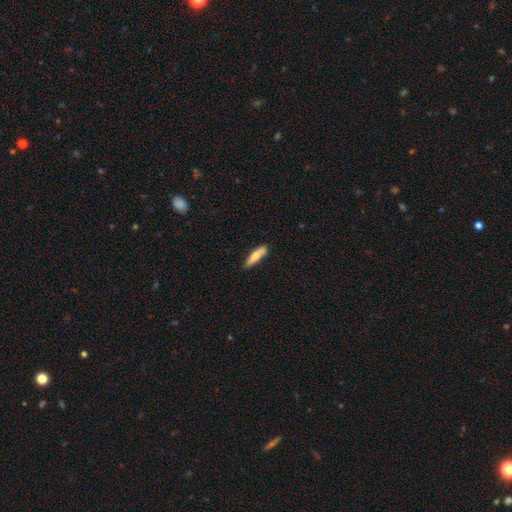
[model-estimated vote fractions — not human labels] A smooth galaxy with no disk features (64%) that is cigar-shaped (75%). Merging: none (81%).